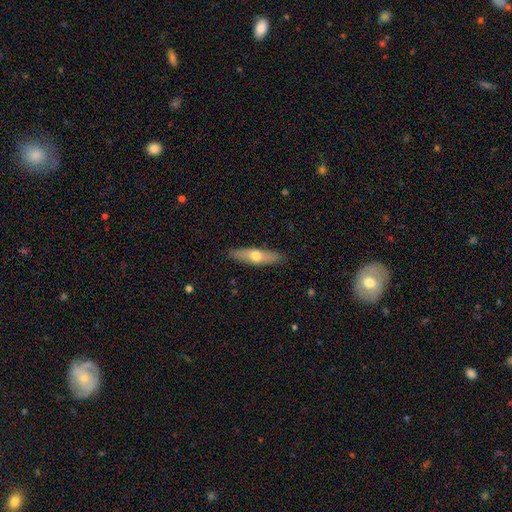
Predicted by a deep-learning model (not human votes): A smooth galaxy with no disk features (50%) that is cigar-shaped (70%).

Vote fractions:
- Smooth or featured? smooth: 50% / featured or disk: 44% / star or artifact: 6%
- How rounded? cigar-shaped: 70% / in between: 28% / round: 2%
- Merging? none: 89% / minor disturbance: 8% / major disturbance: 2% / merger: 1%